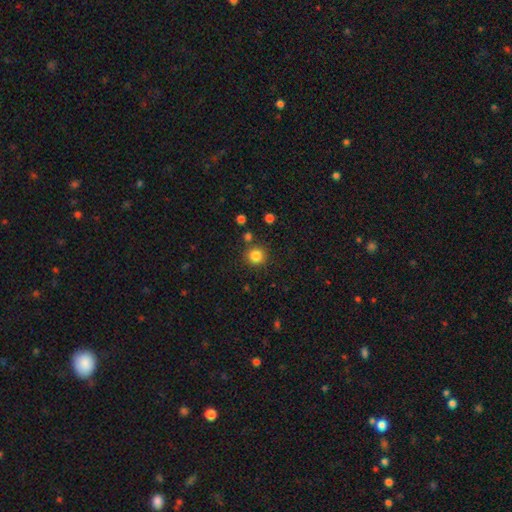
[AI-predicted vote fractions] Morphology: type=smooth (84%); roundness=round (93%); merging=none (84%).